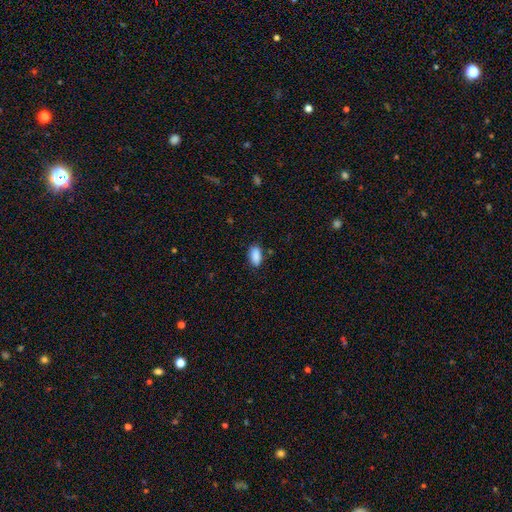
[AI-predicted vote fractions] Smooth or featured?
  - smooth: 89% *
  - star or artifact: 7%
  - featured or disk: 4%
How rounded?
  - in between: 92% *
  - cigar-shaped: 5%
  - round: 3%
Merging?
  - none: 81% *
  - minor disturbance: 14%
  - major disturbance: 3%
  - merger: 2%